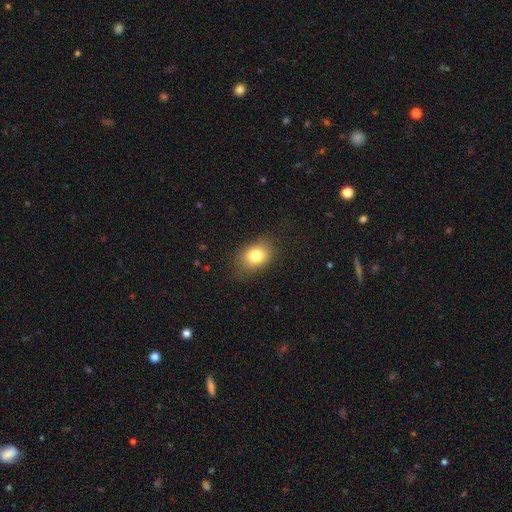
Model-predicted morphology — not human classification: This appears to be a smooth galaxy with no disk features (80%) that is in between round and cigar-shaped (73%). Merging: none (79%).